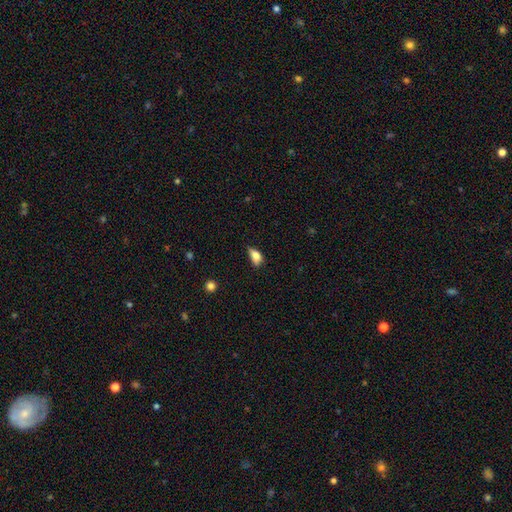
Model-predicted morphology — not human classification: Smooth or featured? smooth (76%)
How rounded? in between (85%)
Merging? minor disturbance (41%)